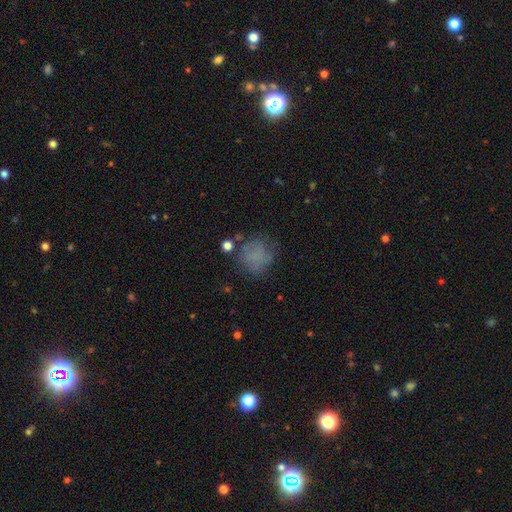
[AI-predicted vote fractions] Smooth or featured?
  - smooth: 66% *
  - featured or disk: 19%
  - star or artifact: 16%
How rounded?
  - round: 79% *
  - in between: 20%
  - cigar-shaped: 1%
Merging?
  - none: 62% *
  - minor disturbance: 21%
  - major disturbance: 13%
  - merger: 4%